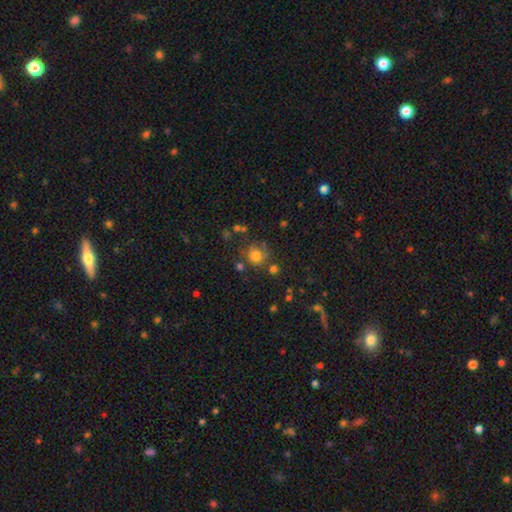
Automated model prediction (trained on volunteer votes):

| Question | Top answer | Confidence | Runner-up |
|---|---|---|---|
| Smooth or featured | smooth | 75% | star or artifact (15%) |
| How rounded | round | 87% | in between (12%) |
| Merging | none | 66% | minor disturbance (15%) |